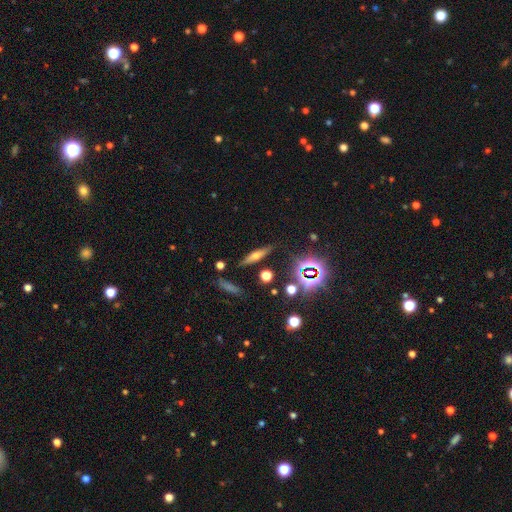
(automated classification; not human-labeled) Q: Smooth or featured?
A: smooth (41%); runner-up: featured or disk (37%)
Q: Merging?
A: none (83%); runner-up: minor disturbance (11%)